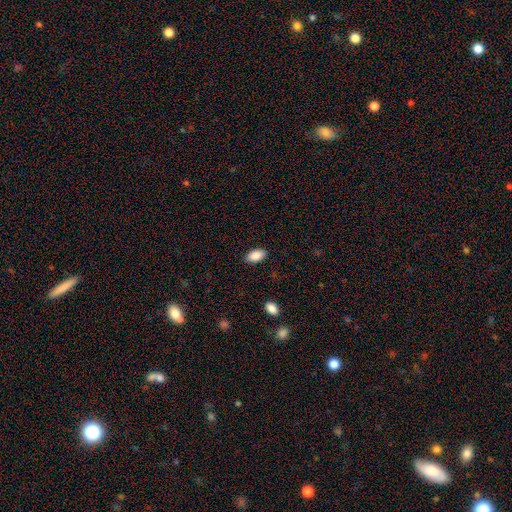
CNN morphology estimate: Q: Smooth or featured?
A: smooth (89%); runner-up: star or artifact (7%)
Q: How rounded?
A: in between (94%); runner-up: round (4%)
Q: Merging?
A: none (87%); runner-up: minor disturbance (9%)